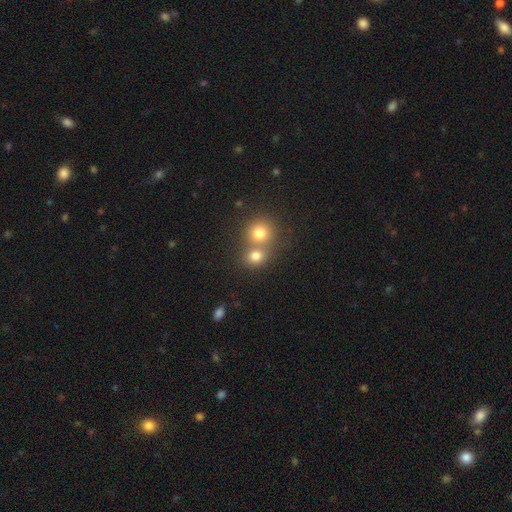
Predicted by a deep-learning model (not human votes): This is likely a smooth galaxy (77%). How rounded: clearly round (80%). Merging: possibly merger (48%).